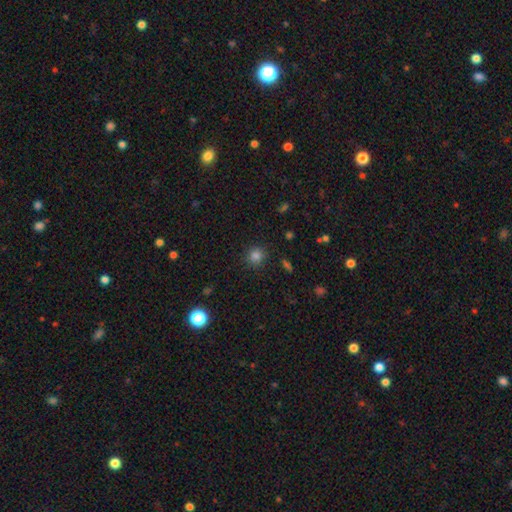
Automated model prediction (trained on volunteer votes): Morphology: type=smooth (81%); roundness=round (89%); merging=none (87%).